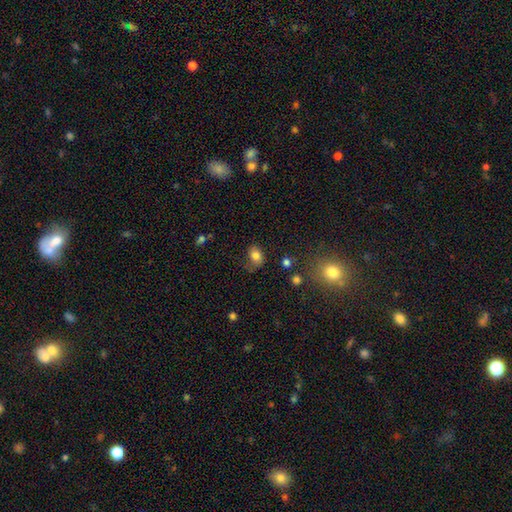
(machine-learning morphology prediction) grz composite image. It shows a smooth galaxy with no disk features (80%) that is in between round and cigar-shaped (73%). Merging: none (52%).